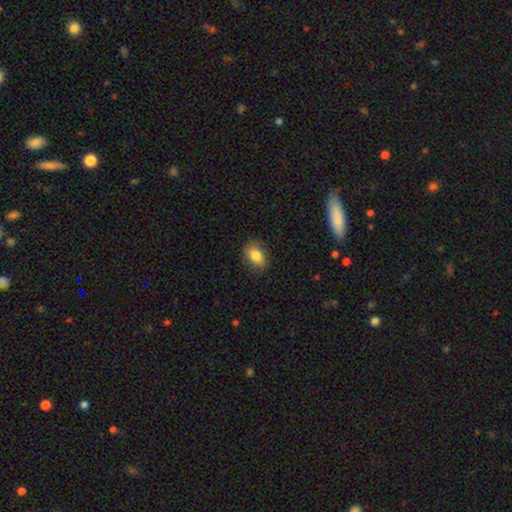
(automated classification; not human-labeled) Smooth or featured: smooth — 80% (featured or disk — 12%)
How rounded: in between — 77% (round — 22%)
Merging: none — 80% (minor disturbance — 16%)